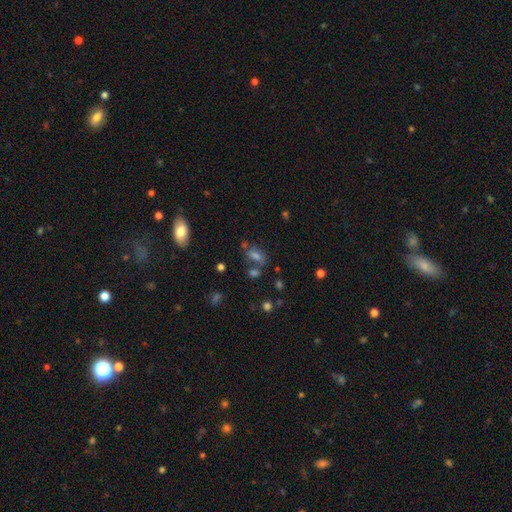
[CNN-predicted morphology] This is likely a smooth galaxy (69%). How rounded: clearly in between (82%). Merging: possibly none (51%).